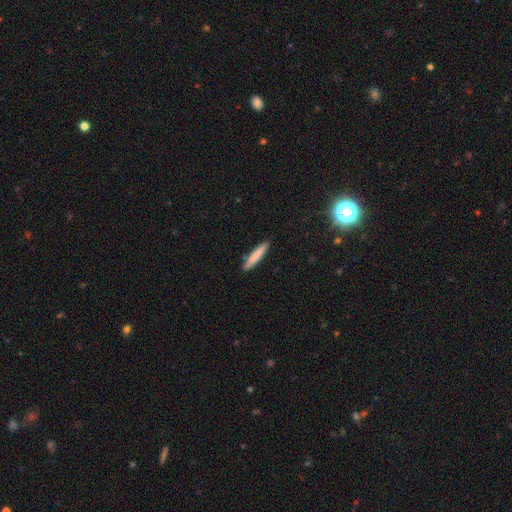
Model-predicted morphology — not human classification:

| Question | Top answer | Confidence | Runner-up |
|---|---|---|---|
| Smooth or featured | smooth | 79% | featured or disk (16%) |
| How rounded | cigar-shaped | 91% | in between (8%) |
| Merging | none | 86% | minor disturbance (10%) |